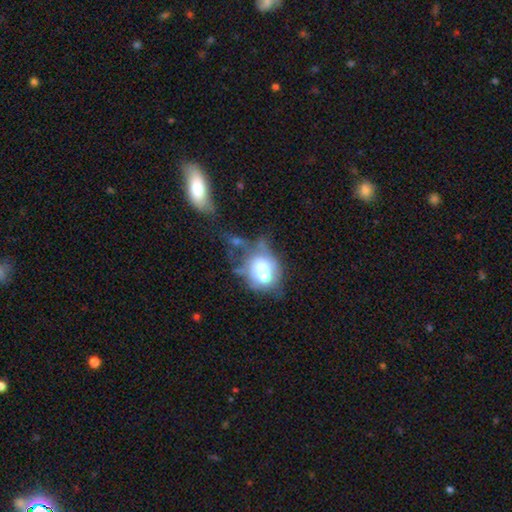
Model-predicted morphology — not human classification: Smooth or featured?
  - smooth: 44% *
  - star or artifact: 30%
  - featured or disk: 26%
Merging?
  - none: 40% *
  - merger: 27%
  - minor disturbance: 18%
  - major disturbance: 16%